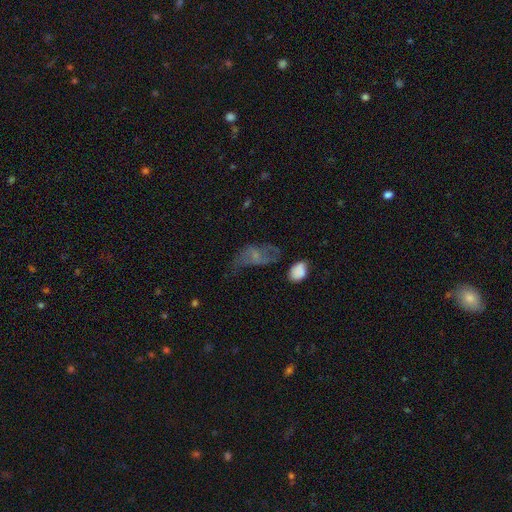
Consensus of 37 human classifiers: Q: Smooth or featured?
A: featured or disk (62%); runner-up: smooth (38%)
Q: Edge-on disk?
A: no (100%)
Q: Bar?
A: no (78%); runner-up: weak (22%)
Q: Spiral arms?
A: no (91%); runner-up: yes (9%)
Q: Bulge size?
A: small (78%); runner-up: moderate (13%)
Q: Merging?
A: major disturbance (43%); runner-up: minor disturbance (32%)